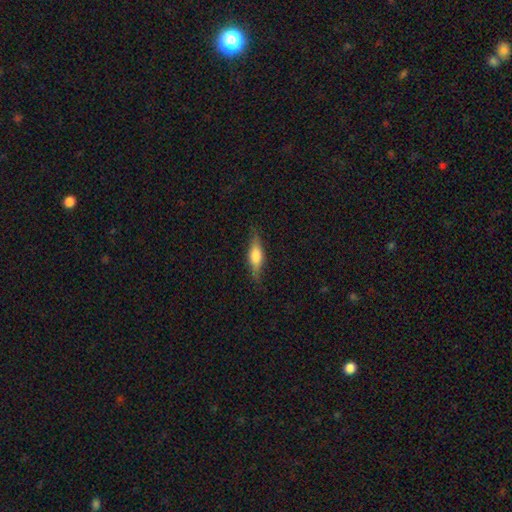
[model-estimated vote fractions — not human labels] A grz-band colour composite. It shows a smooth galaxy with no disk features (55%) that is cigar-shaped (54%). Merging: none (80%).